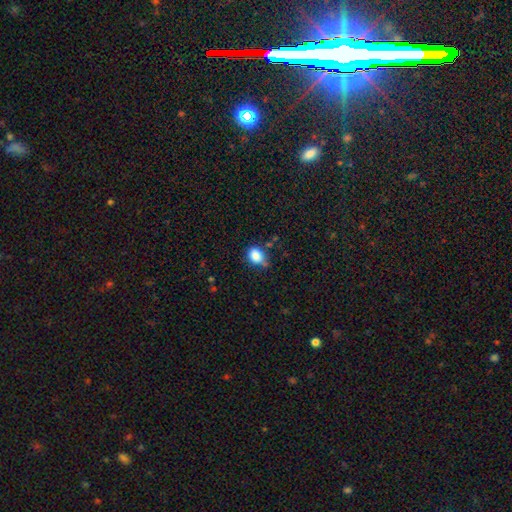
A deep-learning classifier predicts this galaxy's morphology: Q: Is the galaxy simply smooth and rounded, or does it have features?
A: smooth — 86%.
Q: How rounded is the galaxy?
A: in between — 60%.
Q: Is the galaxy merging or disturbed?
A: none — 63%.